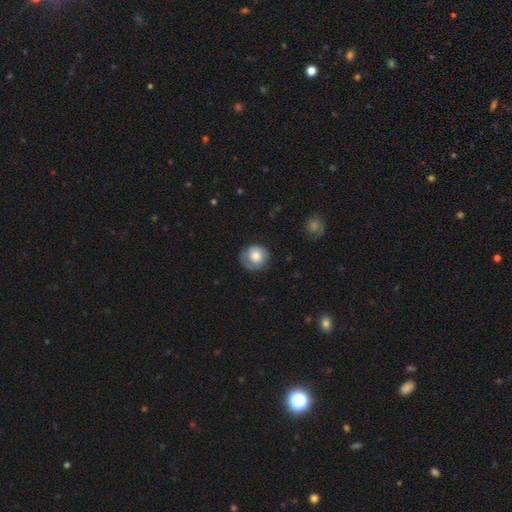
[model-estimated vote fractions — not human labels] Smooth or featured?
  - smooth: 66% *
  - featured or disk: 27%
  - star or artifact: 7%
How rounded?
  - round: 85% *
  - in between: 14%
  - cigar-shaped: 1%
Merging?
  - none: 68% *
  - minor disturbance: 22%
  - major disturbance: 8%
  - merger: 1%